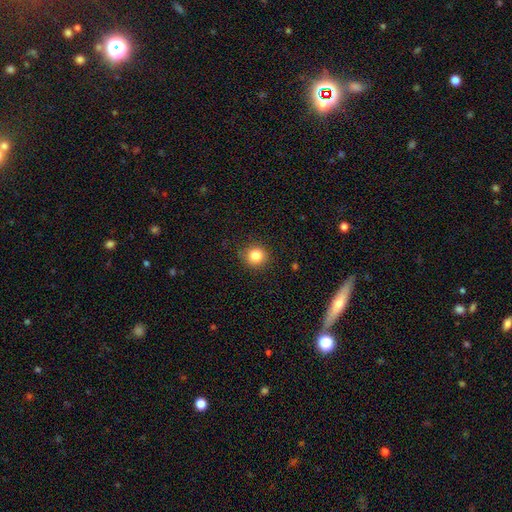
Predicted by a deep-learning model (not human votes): The model was most divided on "smooth or featured": smooth: 84%, star or artifact: 11%, featured or disk: 5%. More confident: how rounded — round (90%); merging — none (87%).